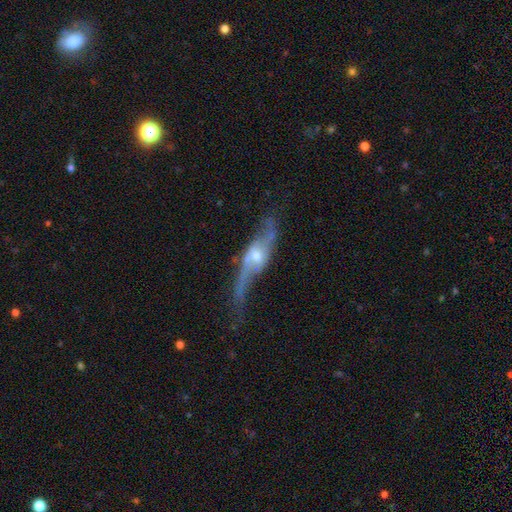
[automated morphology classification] A featured or disk galaxy (84%) with no bar (50%), 2 (88%) loose (74%) spiral arms (90%) and a moderate central bulge (52%).

Vote fractions:
- Smooth or featured? featured or disk: 84% / smooth: 9% / star or artifact: 6%
- Edge-on disk? no: 72% / yes: 28%
- Bar? no: 50% / weak: 37% / strong: 13%
- Spiral arms? yes: 90% / no: 10%
- Spiral winding? loose: 74% / medium: 20% / tight: 6%
- Spiral arm count? 2: 88% / can't tell: 5% / 1: 3% / 3: 1% / 4: 1% / more than 4: 1%
- Bulge size? moderate: 52% / small: 40% / large: 4% / none: 3% / dominant: 1%
- Merging? none: 56% / minor disturbance: 23% / major disturbance: 17% / merger: 4%